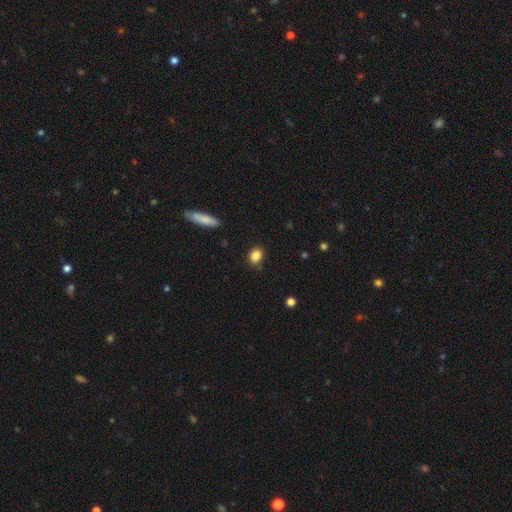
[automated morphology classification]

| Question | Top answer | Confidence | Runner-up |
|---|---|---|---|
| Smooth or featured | smooth | 85% | star or artifact (9%) |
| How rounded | in between | 60% | round (39%) |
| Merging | none | 82% | minor disturbance (14%) |